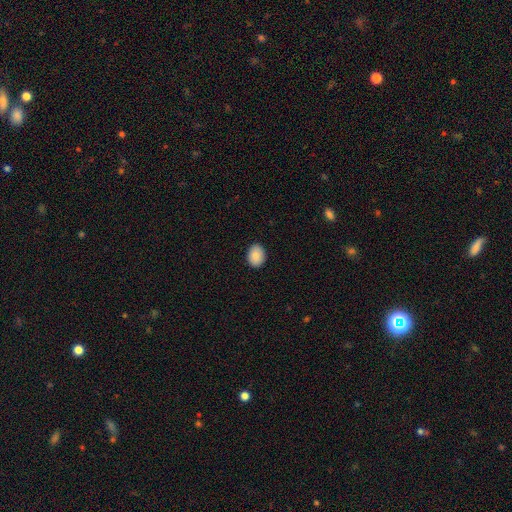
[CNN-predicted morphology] Smooth or featured: smooth — 86% (star or artifact — 7%)
How rounded: in between — 65% (round — 34%)
Merging: none — 89% (minor disturbance — 8%)